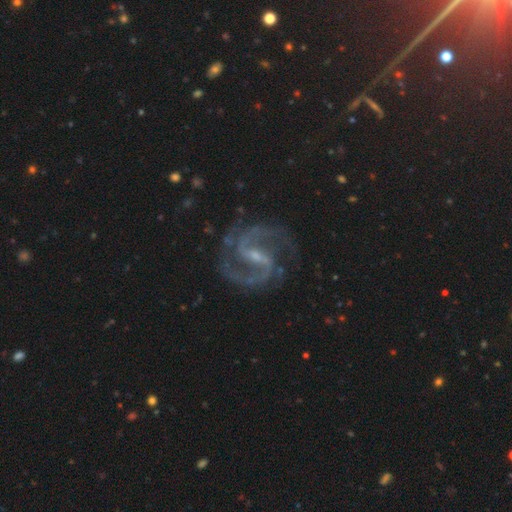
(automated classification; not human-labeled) Smooth or featured? Predicted: featured or disk (p=0.93). Edge-on disk? Predicted: no (p=0.98). Bar? Predicted: strong (p=0.46). Spiral arms? Predicted: yes (p=0.98). Spiral winding? Predicted: medium (p=0.67). Spiral arm count? Predicted: 2 (p=0.90). Bulge size? Predicted: small (p=0.65). Merging? Predicted: none (p=0.78).